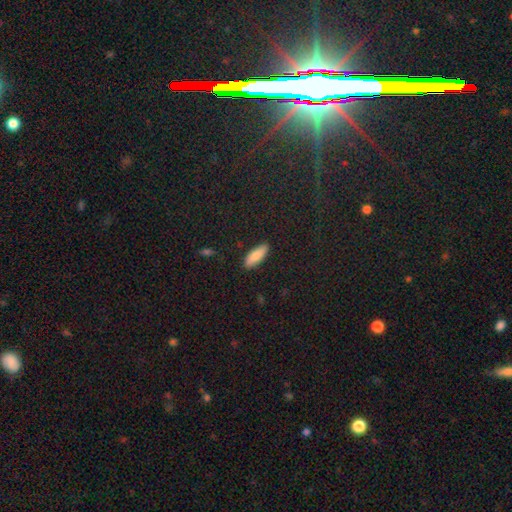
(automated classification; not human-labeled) smooth_or_featured: smooth (p=0.81) [alt: featured or disk p=0.13]
how_rounded: in between (p=0.67) [alt: cigar-shaped p=0.30]
merging: none (p=0.87) [alt: minor disturbance p=0.10]